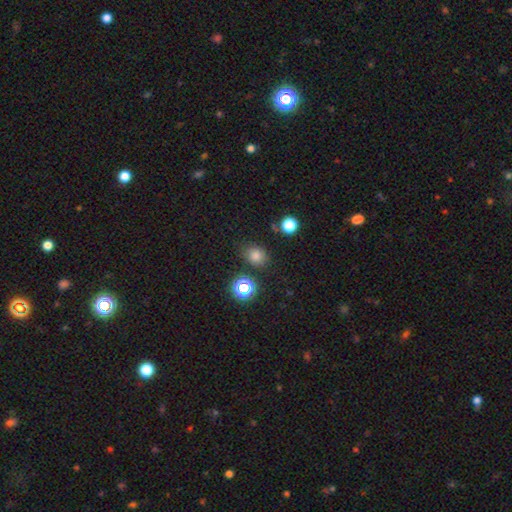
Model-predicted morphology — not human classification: This appears to be a smooth galaxy with no disk features (74%) that is round (56%). Merging: none (81%).